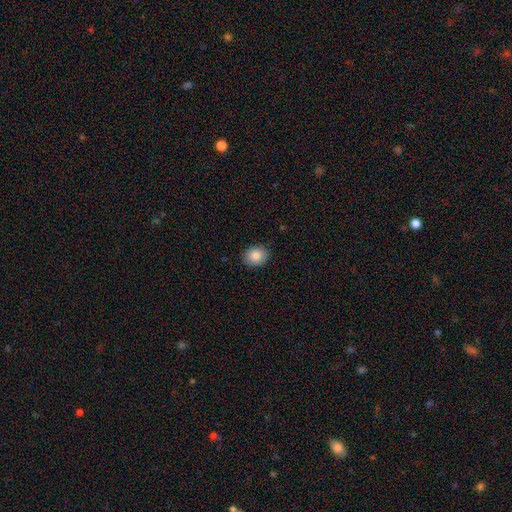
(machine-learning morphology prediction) Smooth or featured? Predicted: smooth (p=0.86). How rounded? Predicted: round (p=0.64). Merging? Predicted: none (p=0.89).